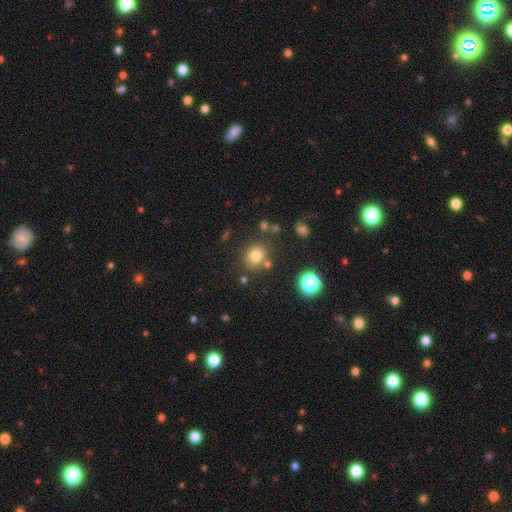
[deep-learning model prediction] The model was most divided on "how rounded": round: 74%, in between: 25%, cigar-shaped: 1%. More confident: merging — none (78%); smooth or featured — smooth (75%).